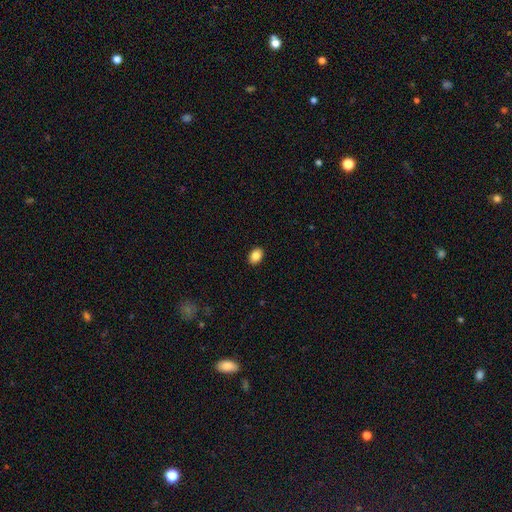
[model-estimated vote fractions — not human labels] Q: Smooth or featured?
A: smooth (87%); runner-up: star or artifact (8%)
Q: How rounded?
A: in between (81%); runner-up: round (18%)
Q: Merging?
A: none (90%); runner-up: minor disturbance (7%)